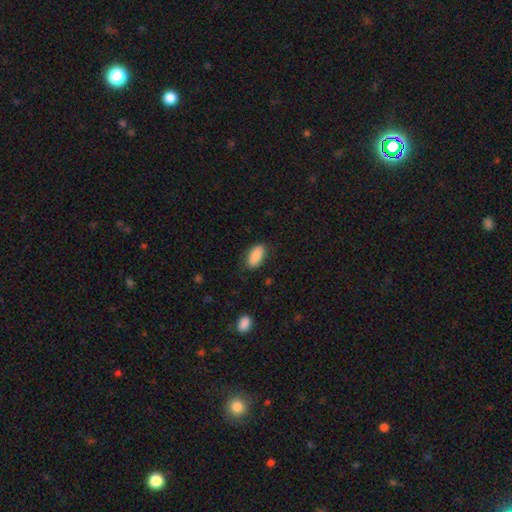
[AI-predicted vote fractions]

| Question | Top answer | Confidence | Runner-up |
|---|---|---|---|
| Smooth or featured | smooth | 88% | star or artifact (7%) |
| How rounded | in between | 90% | cigar-shaped (7%) |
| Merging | none | 80% | minor disturbance (15%) |